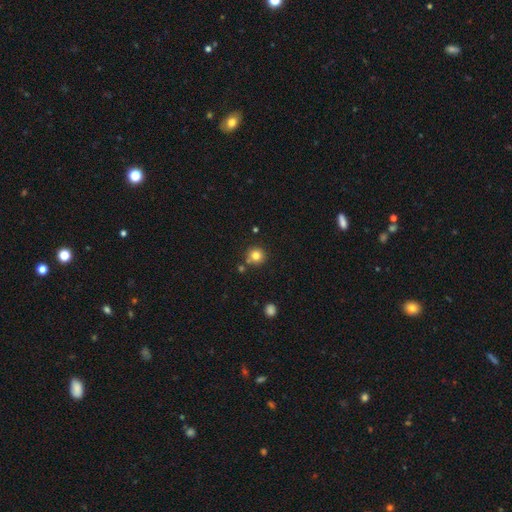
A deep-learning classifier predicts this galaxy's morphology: This appears to be a smooth galaxy with no disk features (80%) that is round (92%). Merging: none (77%).